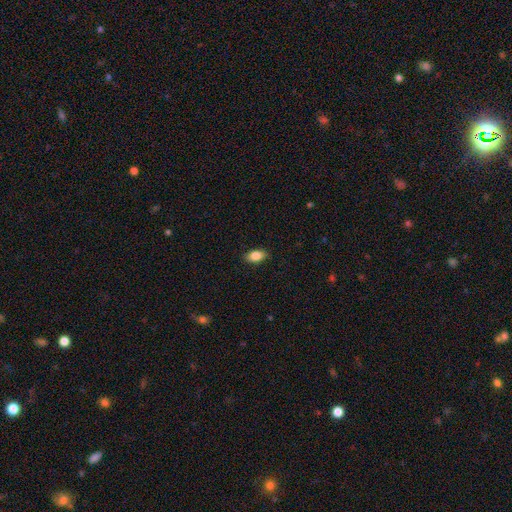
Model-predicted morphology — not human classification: This appears to be a smooth galaxy with no disk features (85%) that is in between round and cigar-shaped (90%). Merging: none (88%).